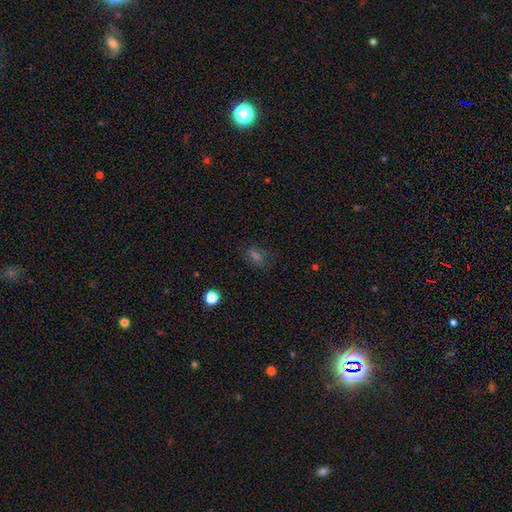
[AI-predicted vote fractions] This is possibly a smooth galaxy (50%). Merging: likely none (75%).